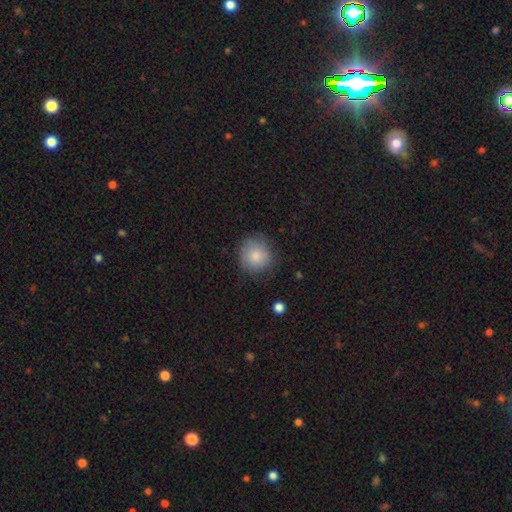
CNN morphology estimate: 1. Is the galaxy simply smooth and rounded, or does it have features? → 84% smooth, 8% featured or disk, 8% star or artifact.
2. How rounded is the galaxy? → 92% round, 7% in between, 1% cigar-shaped.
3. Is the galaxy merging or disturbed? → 78% none, 16% minor disturbance, 4% major disturbance, 1% merger.